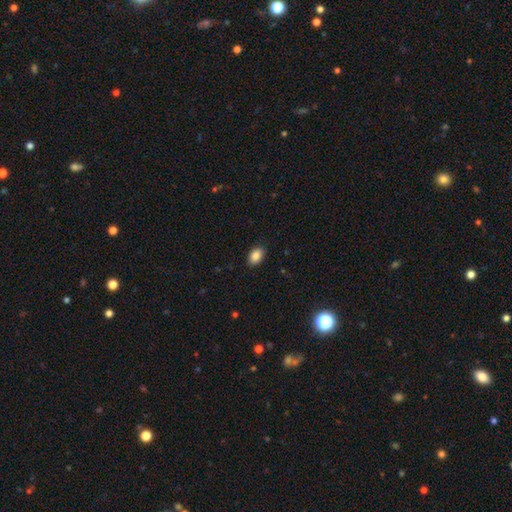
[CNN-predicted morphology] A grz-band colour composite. It shows a smooth galaxy with no disk features (87%) that is in between round and cigar-shaped (85%). Merging: none (89%).